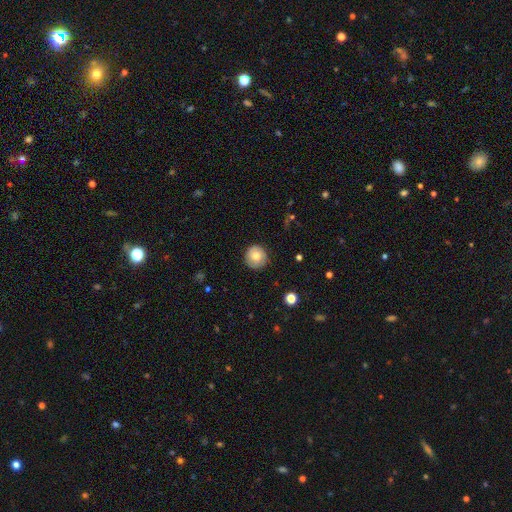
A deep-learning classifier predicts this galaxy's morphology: This appears to be a smooth galaxy with no disk features (69%) that is round (93%). Merging: none (84%).